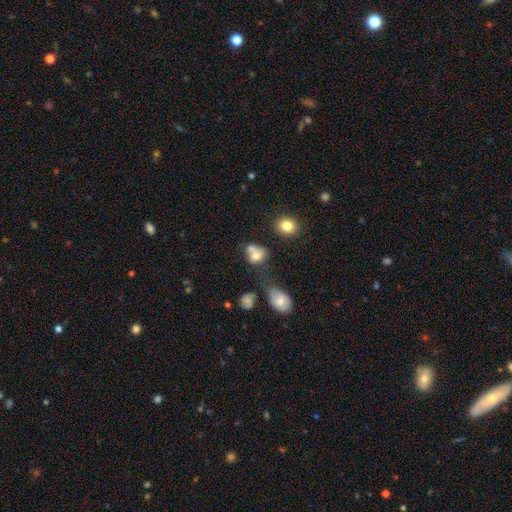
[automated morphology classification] type=smooth (69%); roundness=in between (53%); merging=merger (41%).